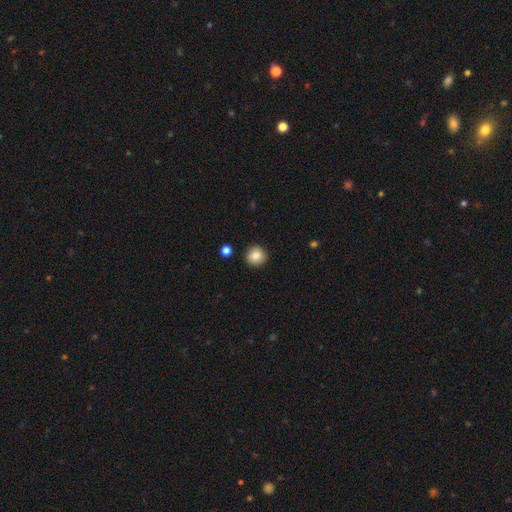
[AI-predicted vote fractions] A smooth galaxy with no disk features (85%) that is round (94%). Merging: none (92%).